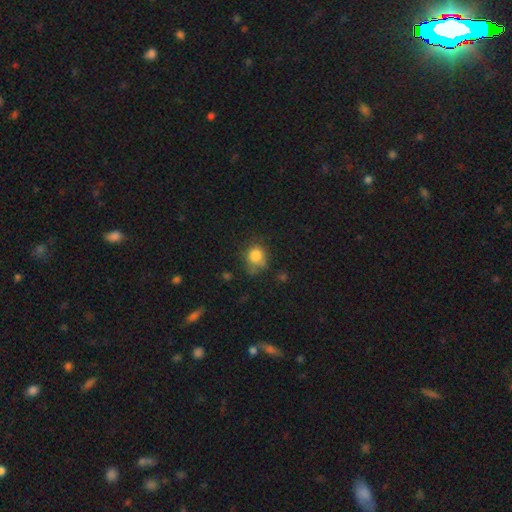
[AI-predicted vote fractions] This appears to be a smooth galaxy with no disk features (81%) that is round (72%). Merging: none (54%).